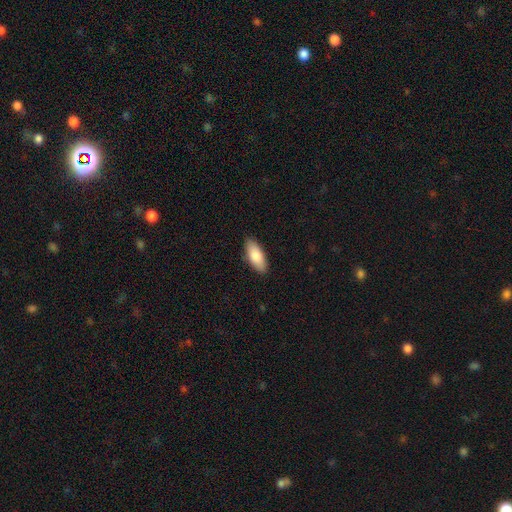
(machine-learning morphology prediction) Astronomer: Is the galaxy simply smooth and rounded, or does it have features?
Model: smooth — 86%.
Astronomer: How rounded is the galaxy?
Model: in between — 83%.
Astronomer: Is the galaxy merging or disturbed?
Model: none — 88%.